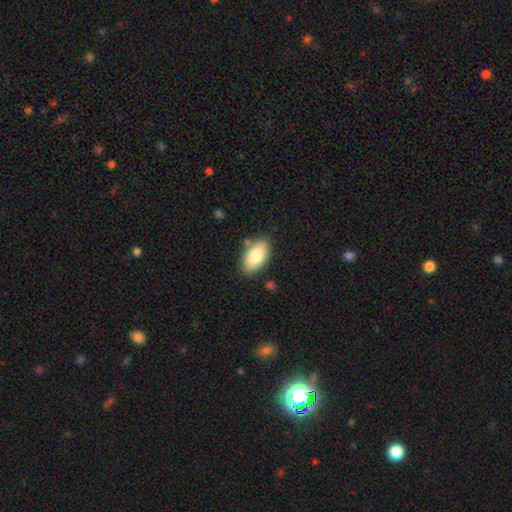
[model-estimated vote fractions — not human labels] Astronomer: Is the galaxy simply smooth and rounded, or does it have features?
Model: smooth — 83%.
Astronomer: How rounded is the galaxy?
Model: in between — 94%.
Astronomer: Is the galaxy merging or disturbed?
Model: none — 80%.